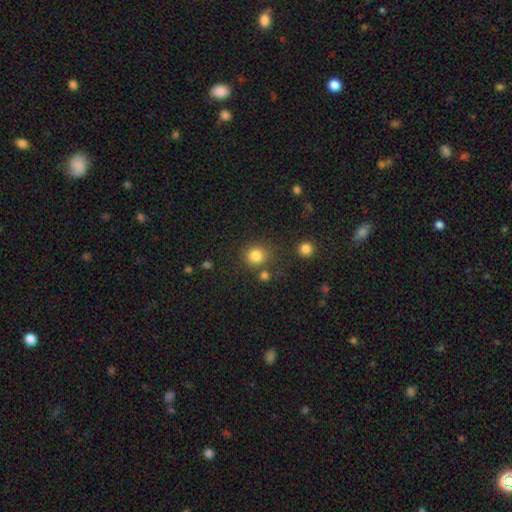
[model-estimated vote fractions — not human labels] Morphology: type=smooth (83%); roundness=round (88%); merging=none (78%).